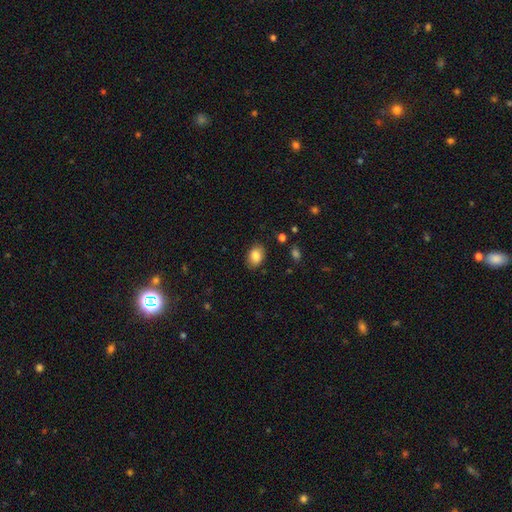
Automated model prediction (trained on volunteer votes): smooth-or-featured: smooth: 85% | star or artifact: 8% | featured or disk: 7%
  how-rounded: in between: 77% | round: 22% | cigar-shaped: 1%
  merging: none: 86% | minor disturbance: 10% | major disturbance: 2% | merger: 1%